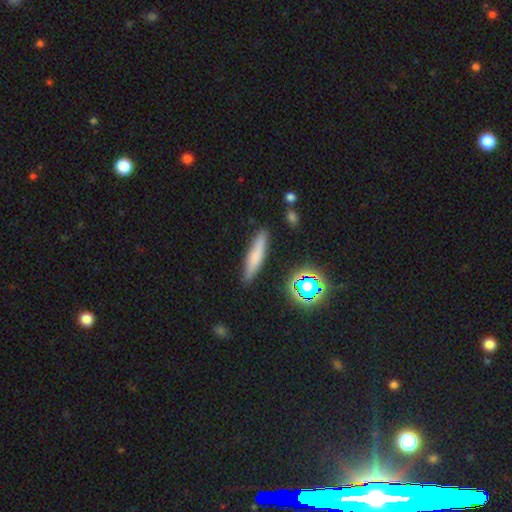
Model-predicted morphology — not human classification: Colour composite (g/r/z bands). It shows a smooth galaxy with no disk features (68%) that is cigar-shaped (84%). Merging: none (85%).